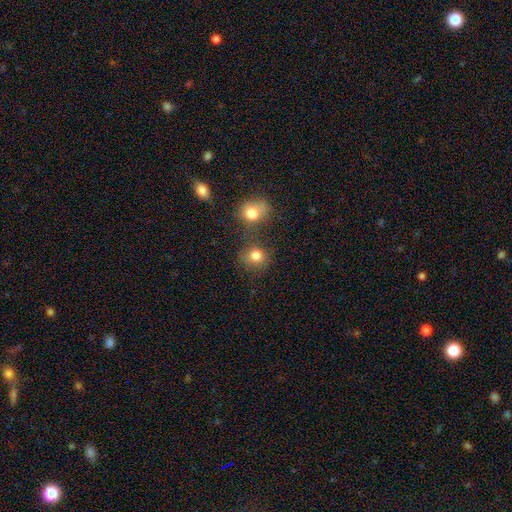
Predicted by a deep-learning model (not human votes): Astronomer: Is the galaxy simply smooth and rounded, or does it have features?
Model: smooth — 80%.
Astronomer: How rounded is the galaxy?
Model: round — 79%.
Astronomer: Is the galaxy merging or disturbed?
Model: none — 60%.